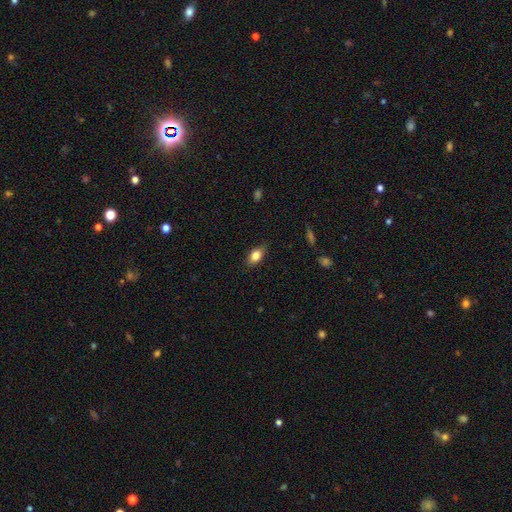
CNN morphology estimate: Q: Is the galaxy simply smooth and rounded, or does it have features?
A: smooth — 81%.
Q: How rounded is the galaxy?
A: in between — 85%.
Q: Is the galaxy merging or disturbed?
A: none — 82%.